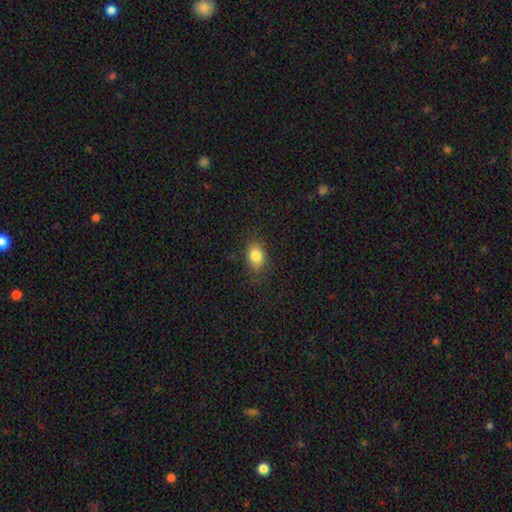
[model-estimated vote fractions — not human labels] Q: Smooth or featured?
A: smooth (83%); runner-up: star or artifact (10%)
Q: How rounded?
A: in between (72%); runner-up: round (27%)
Q: Merging?
A: none (79%); runner-up: minor disturbance (15%)